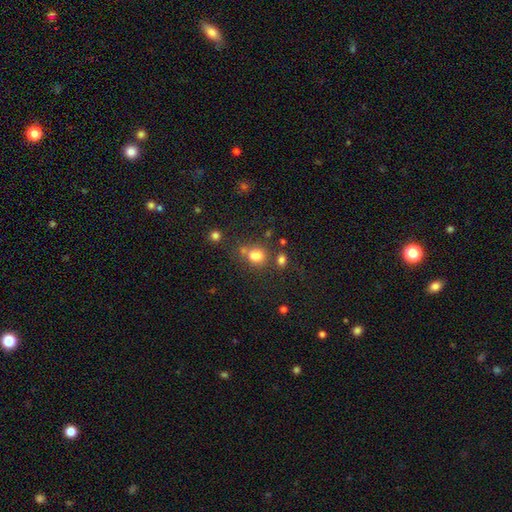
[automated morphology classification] Smooth or featured?
  - smooth: 75% *
  - star or artifact: 16%
  - featured or disk: 9%
How rounded?
  - round: 62% *
  - in between: 37%
  - cigar-shaped: 1%
Merging?
  - none: 50% *
  - merger: 31%
  - minor disturbance: 13%
  - major disturbance: 6%